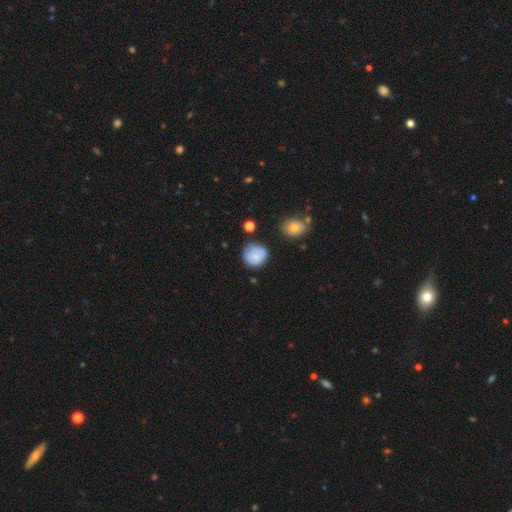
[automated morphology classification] The model was most divided on "merging": none: 66%, minor disturbance: 24%, major disturbance: 7%, merger: 3%. More confident: how rounded — round (85%); smooth or featured — smooth (74%).